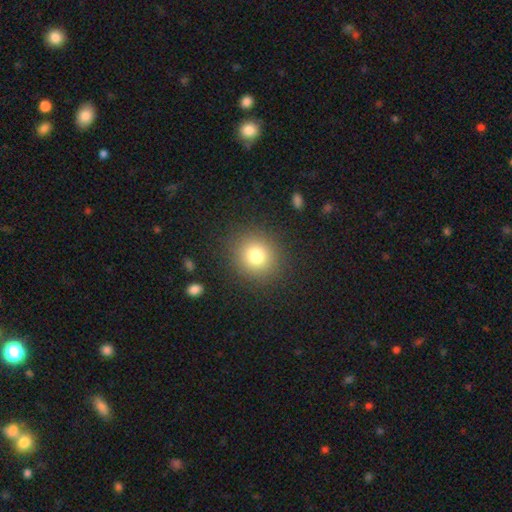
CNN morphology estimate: smooth-or-featured: smooth: 78% | star or artifact: 13% | featured or disk: 9%
  how-rounded: round: 88% | in between: 11% | cigar-shaped: 1%
  merging: none: 89% | minor disturbance: 7% | major disturbance: 3% | merger: 1%